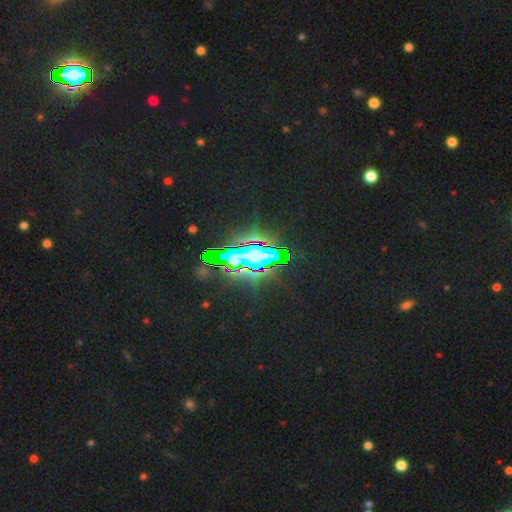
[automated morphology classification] A star or artifact, not a galaxy (70%).

Vote fractions:
- Smooth or featured? star or artifact: 70% / smooth: 16% / featured or disk: 14%